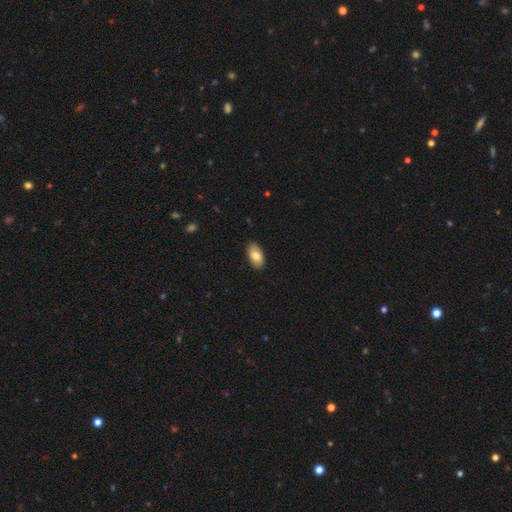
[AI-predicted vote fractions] This appears to be a smooth galaxy with no disk features (82%) that is in between round and cigar-shaped (94%). Merging: none (88%).